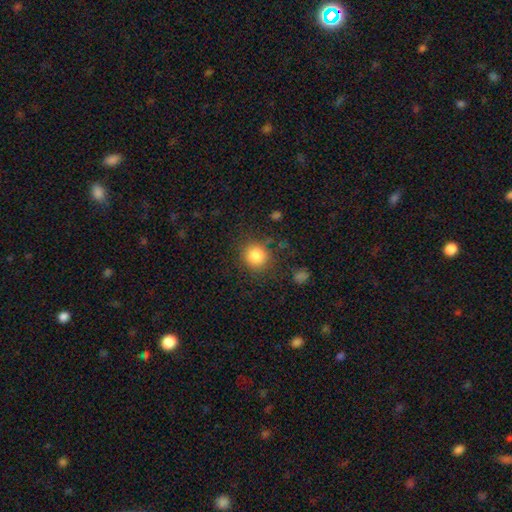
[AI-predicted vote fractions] smooth 85%, star or artifact 11%, featured or disk 5%. Down the decision tree: how rounded — round (88%); merging — none (82%).